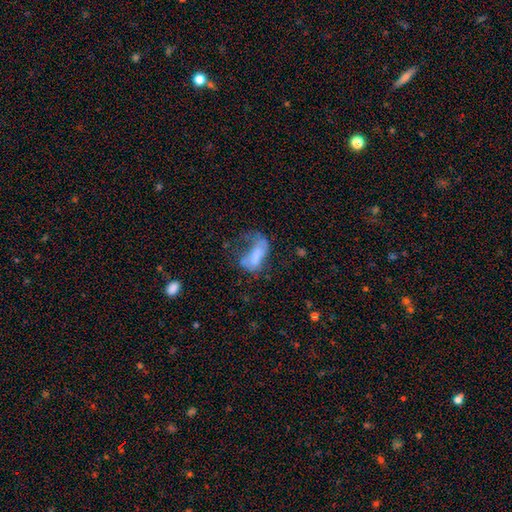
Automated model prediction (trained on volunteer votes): smooth 54%, featured or disk 35%, star or artifact 11%. Down the decision tree: how rounded — in between (84%); merging — major disturbance (52%).